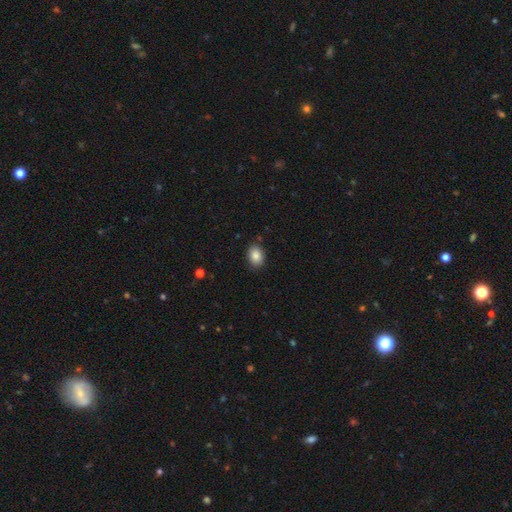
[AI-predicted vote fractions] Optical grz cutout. It shows a smooth galaxy with no disk features (87%) that is in between round and cigar-shaped (73%). Merging: none (86%).